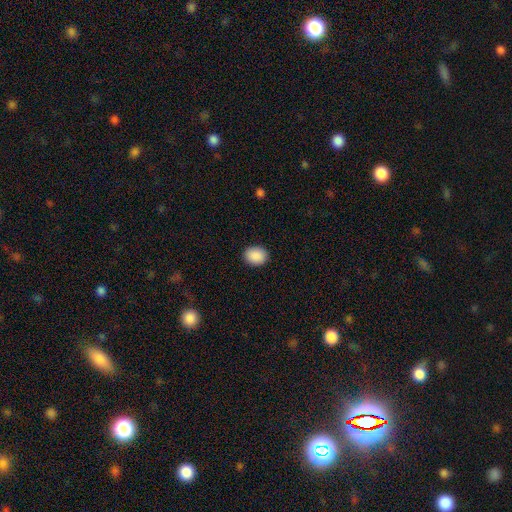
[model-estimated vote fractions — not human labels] This is clearly a smooth galaxy (90%). How rounded: possibly in between (52%). Merging: clearly none (90%).